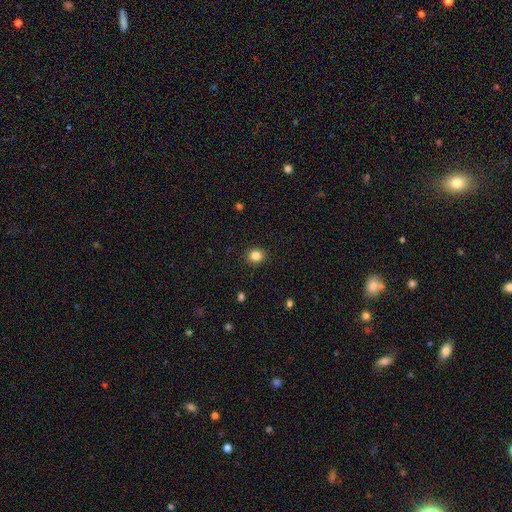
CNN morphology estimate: A smooth galaxy with no disk features (84%) that is round (80%).

Vote fractions:
- Smooth or featured? smooth: 84% / star or artifact: 11% / featured or disk: 5%
- How rounded? round: 80% / in between: 19% / cigar-shaped: 1%
- Merging? none: 91% / minor disturbance: 6% / major disturbance: 2% / merger: 1%